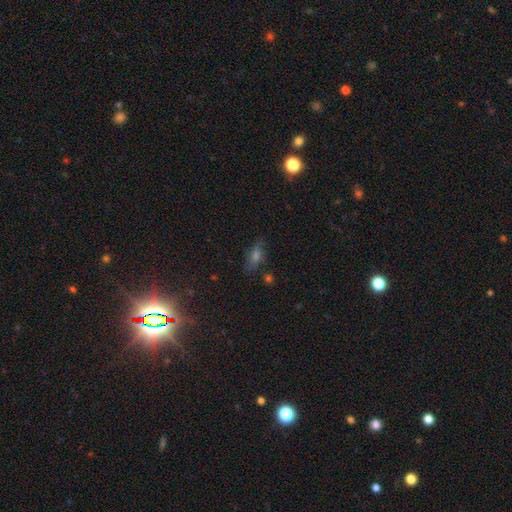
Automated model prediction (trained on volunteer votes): A smooth galaxy with no disk features (39%).

Vote fractions:
- Smooth or featured? smooth: 39% / star or artifact: 37% / featured or disk: 25%
- Merging? none: 74% / minor disturbance: 17% / major disturbance: 6% / merger: 3%